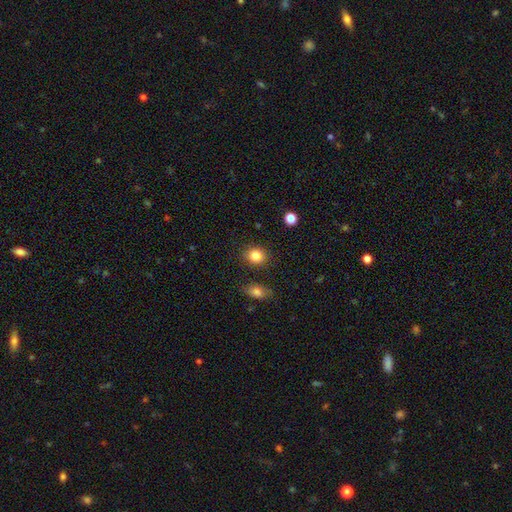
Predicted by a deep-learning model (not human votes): Overall: smooth (85%). How rounded: round (71%). Merging: none (85%).